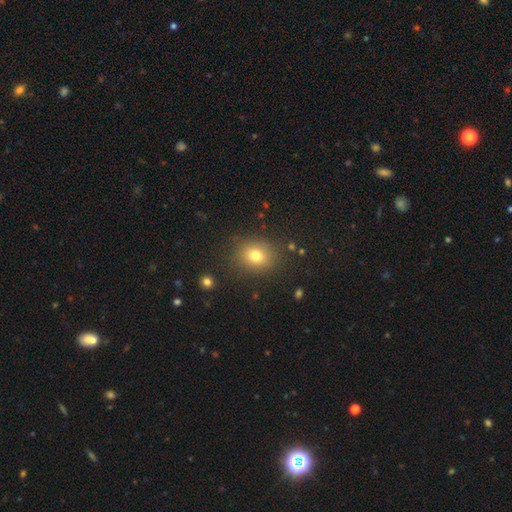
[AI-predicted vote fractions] A smooth galaxy with no disk features (76%) that is round (68%).

Vote fractions:
- Smooth or featured? smooth: 76% / star or artifact: 14% / featured or disk: 10%
- How rounded? round: 68% / in between: 31% / cigar-shaped: 1%
- Merging? none: 84% / minor disturbance: 10% / major disturbance: 4% / merger: 2%